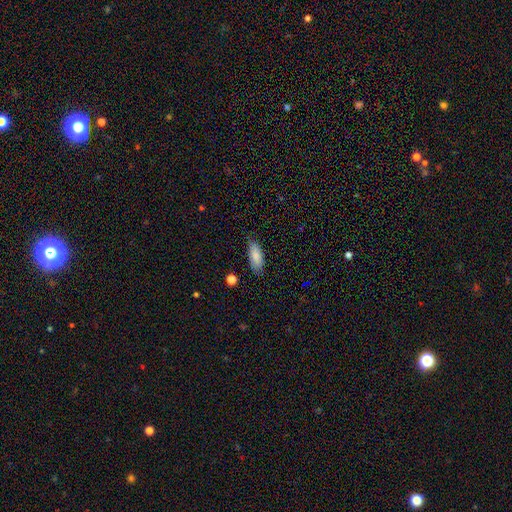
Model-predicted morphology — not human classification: Overall: smooth (84%). How rounded: in between (78%). Merging: none (75%).